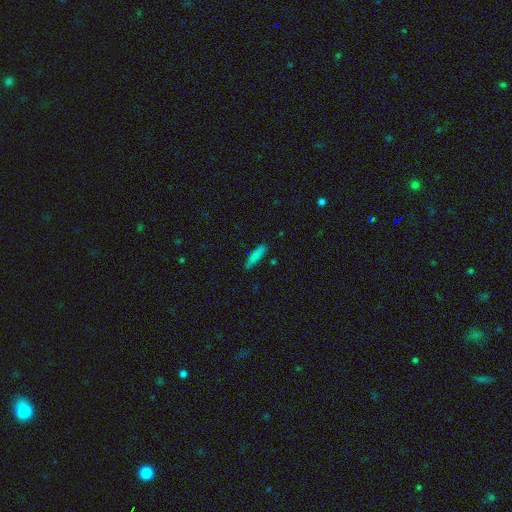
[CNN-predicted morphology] This is clearly a smooth galaxy (82%). How rounded: clearly cigar-shaped (82%). Merging: clearly none (86%).